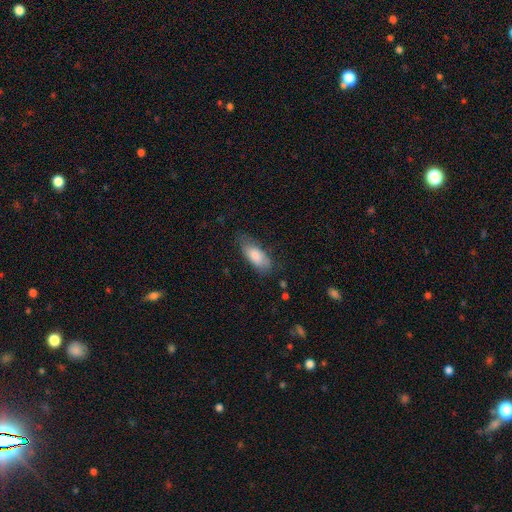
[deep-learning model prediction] A smooth galaxy with no disk features (79%) that is in between round and cigar-shaped (82%).

Vote fractions:
- Smooth or featured? smooth: 79% / featured or disk: 15% / star or artifact: 6%
- How rounded? in between: 82% / cigar-shaped: 16% / round: 2%
- Merging? none: 67% / minor disturbance: 24% / major disturbance: 7% / merger: 2%